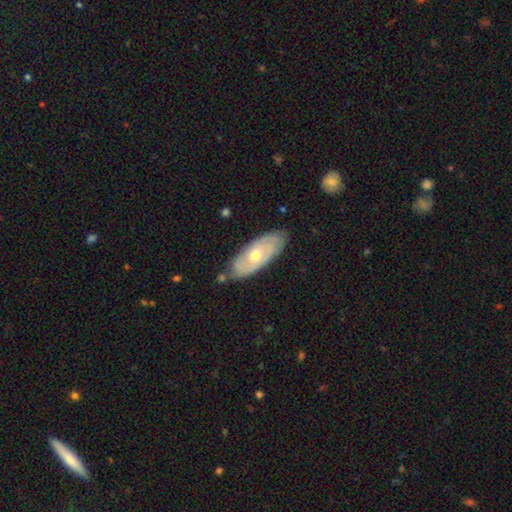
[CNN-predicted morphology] This appears to be a featured or disk galaxy (62%) with no bar (82%), spiral arms (58%) and a moderate central bulge (70%). Merging: none (77%).